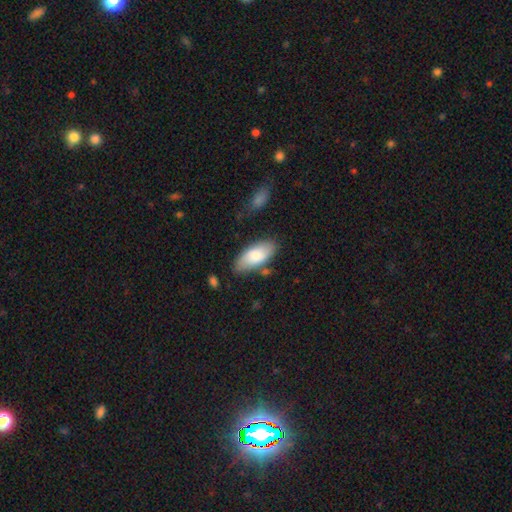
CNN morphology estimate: A smooth galaxy with no disk features (79%) that is in between round and cigar-shaped (90%). Merging: none (74%).